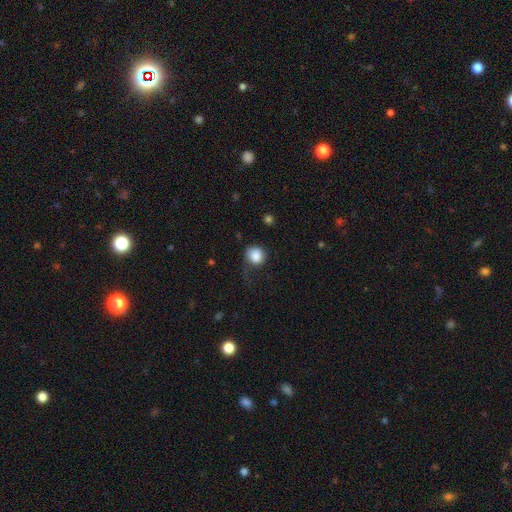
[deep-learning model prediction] Smooth or featured? smooth (85%)
How rounded? round (82%)
Merging? none (51%)